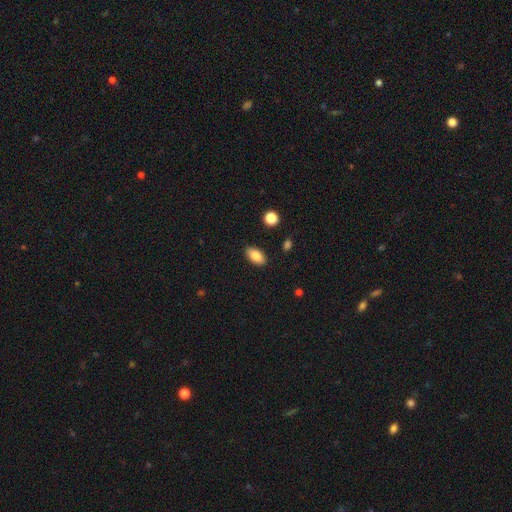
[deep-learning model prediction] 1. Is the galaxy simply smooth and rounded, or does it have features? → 86% smooth, 8% star or artifact, 6% featured or disk.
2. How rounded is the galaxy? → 92% in between, 4% round, 4% cigar-shaped.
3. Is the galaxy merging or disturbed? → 88% none, 9% minor disturbance, 2% major disturbance, 1% merger.